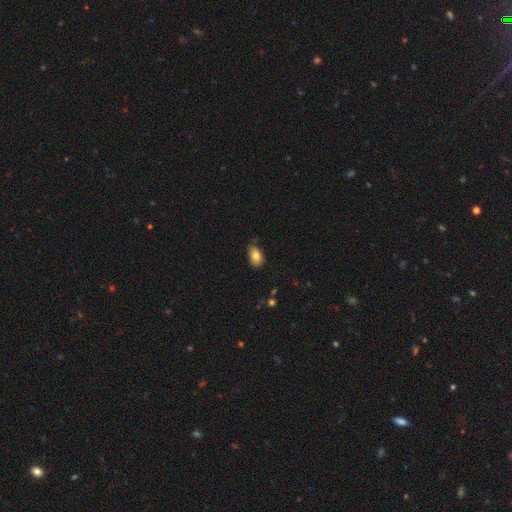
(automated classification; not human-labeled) A smooth galaxy with no disk features (82%) that is in between round and cigar-shaped (88%).

Vote fractions:
- Smooth or featured? smooth: 82% / featured or disk: 9% / star or artifact: 8%
- How rounded? in between: 88% / round: 10% / cigar-shaped: 2%
- Merging? none: 68% / minor disturbance: 27% / major disturbance: 4% / merger: 1%